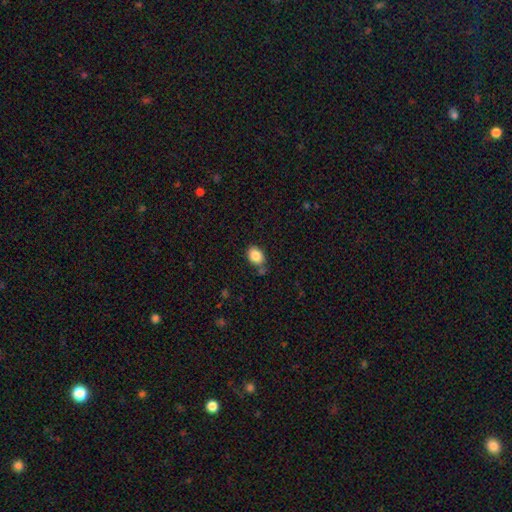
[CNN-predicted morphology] Smooth or featured? smooth (86%)
How rounded? in between (71%)
Merging? none (71%)